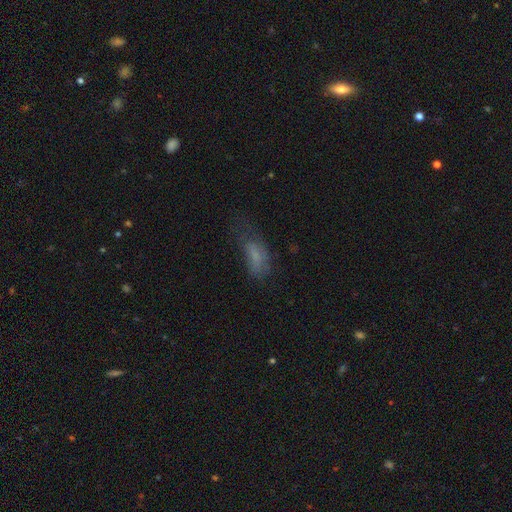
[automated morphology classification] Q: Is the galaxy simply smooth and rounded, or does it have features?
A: smooth — 63%.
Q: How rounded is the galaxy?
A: in between — 74%.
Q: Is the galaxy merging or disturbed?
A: major disturbance — 35%.